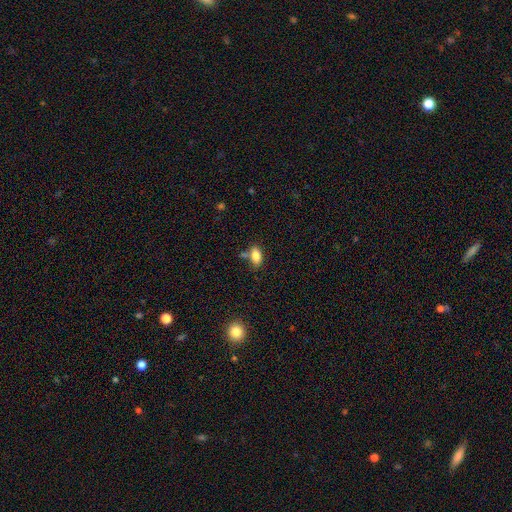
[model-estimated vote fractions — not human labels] Morphology: type=smooth (84%); roundness=in between (90%); merging=none (67%).